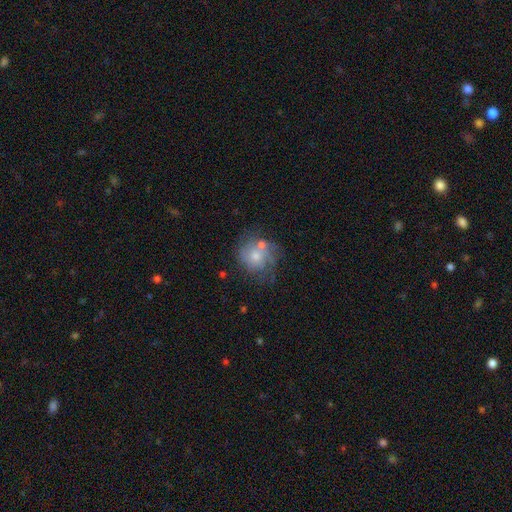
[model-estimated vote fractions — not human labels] smooth-or-featured: featured or disk: 51% | smooth: 37% | star or artifact: 11%
  disk-edge-on: no: 97% | yes: 3%
  merging: none: 51% | minor disturbance: 21% | merger: 14% | major disturbance: 14%